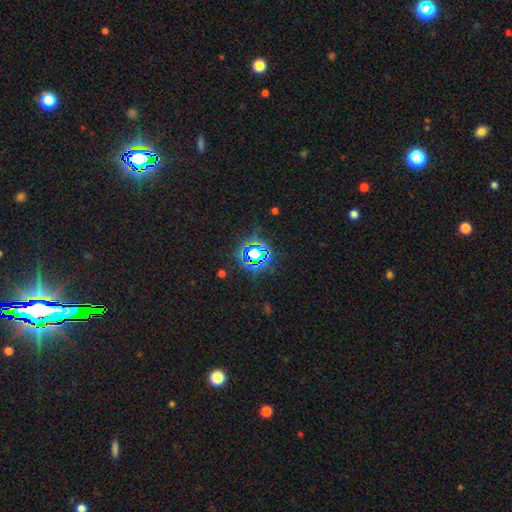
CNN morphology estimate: Overall: star or artifact (73%).